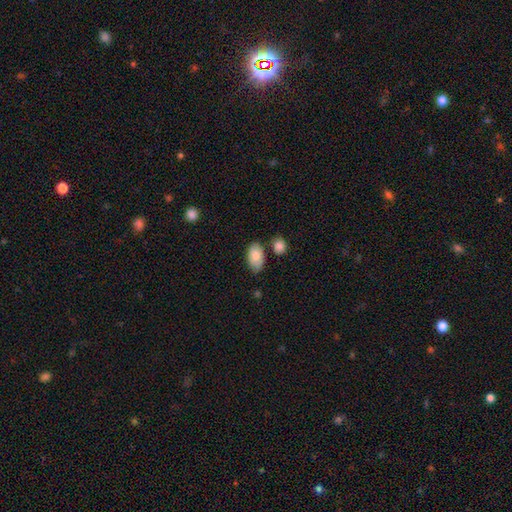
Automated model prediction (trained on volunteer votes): Smooth or featured? smooth (80%)
How rounded? in between (93%)
Merging? none (70%)